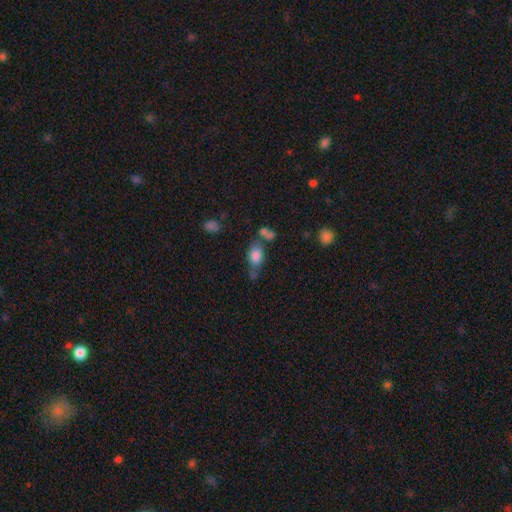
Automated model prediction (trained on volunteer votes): This appears to be a smooth galaxy with no disk features (80%) that is in between round and cigar-shaped (82%). Merging: none (46%).